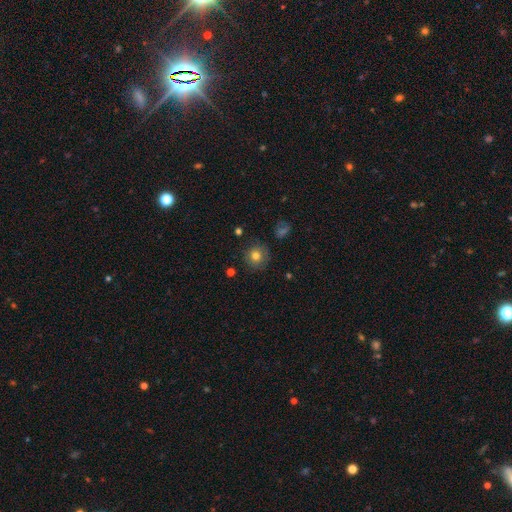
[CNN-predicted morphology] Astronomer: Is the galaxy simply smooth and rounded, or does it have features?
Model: smooth — 76%.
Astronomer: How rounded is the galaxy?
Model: round — 92%.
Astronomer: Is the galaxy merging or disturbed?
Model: none — 85%.